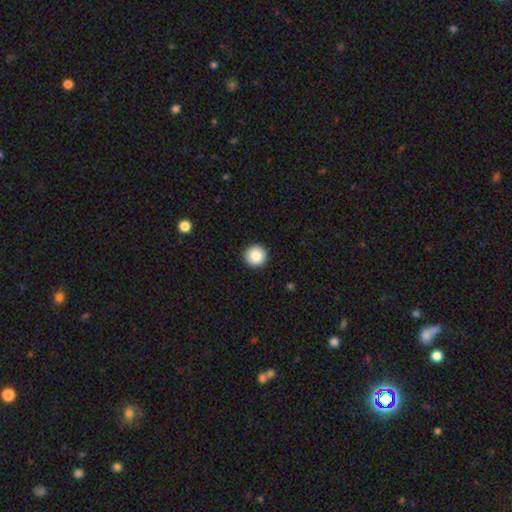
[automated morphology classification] Q: Smooth or featured?
A: smooth (87%); runner-up: star or artifact (8%)
Q: How rounded?
A: round (97%); runner-up: in between (2%)
Q: Merging?
A: none (94%); runner-up: minor disturbance (4%)